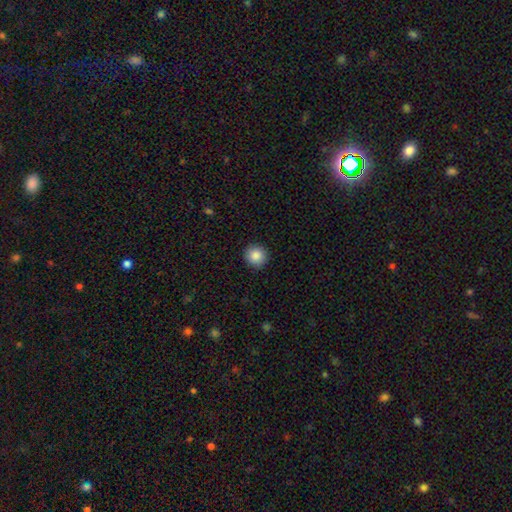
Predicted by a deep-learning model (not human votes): Smooth or featured?
  - smooth: 88% *
  - star or artifact: 8%
  - featured or disk: 4%
How rounded?
  - round: 94% *
  - in between: 6%
  - cigar-shaped: 1%
Merging?
  - none: 92% *
  - minor disturbance: 6%
  - major disturbance: 2%
  - merger: 1%